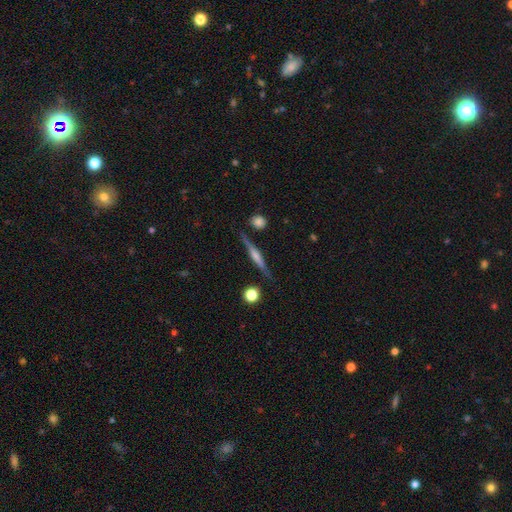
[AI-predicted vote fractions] smooth-or-featured: featured or disk: 73% | smooth: 21% | star or artifact: 7%
  disk-edge-on: yes: 97% | no: 3%
    edge-on-bulge: rounded: 65% | boxy: 21% | none: 14%
  merging: none: 86% | minor disturbance: 9% | merger: 3% | major disturbance: 2%